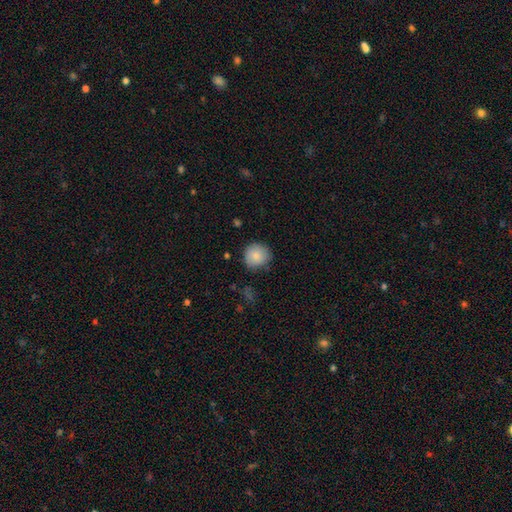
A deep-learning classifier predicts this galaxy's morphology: Smooth or featured?
  - smooth: 84% *
  - featured or disk: 8%
  - star or artifact: 8%
How rounded?
  - round: 91% *
  - in between: 8%
  - cigar-shaped: 1%
Merging?
  - none: 80% *
  - minor disturbance: 15%
  - major disturbance: 3%
  - merger: 2%